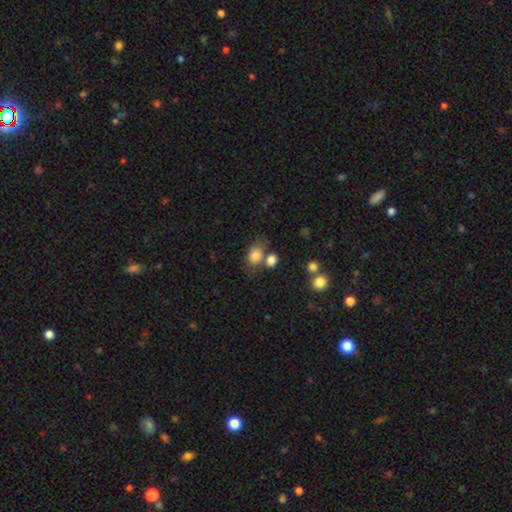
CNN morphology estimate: This is clearly a smooth galaxy (81%). How rounded: possibly in between (54%). Merging: possibly none (52%).